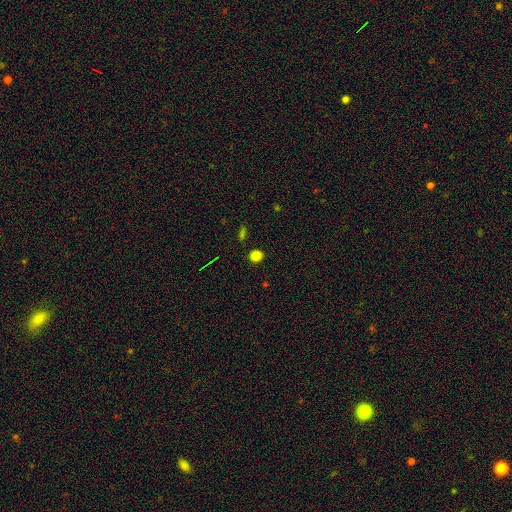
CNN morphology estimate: This appears to be a smooth galaxy with no disk features (83%) that is round (76%). Merging: none (89%).